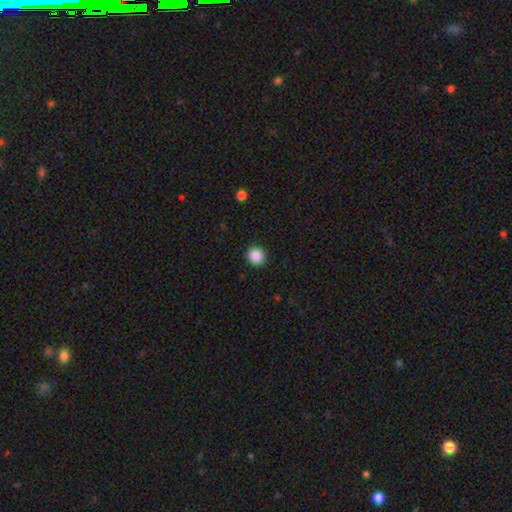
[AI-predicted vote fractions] Smooth or featured: smooth — 88% (star or artifact — 9%)
How rounded: round — 90% (in between — 9%)
Merging: none — 92% (minor disturbance — 6%)